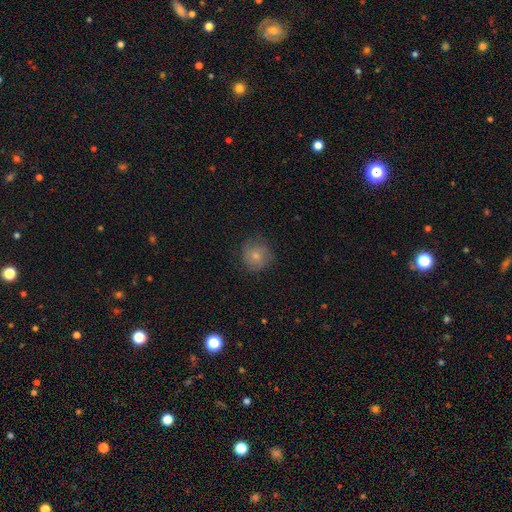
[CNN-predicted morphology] Overall: smooth (73%). How rounded: round (90%). Merging: none (75%).